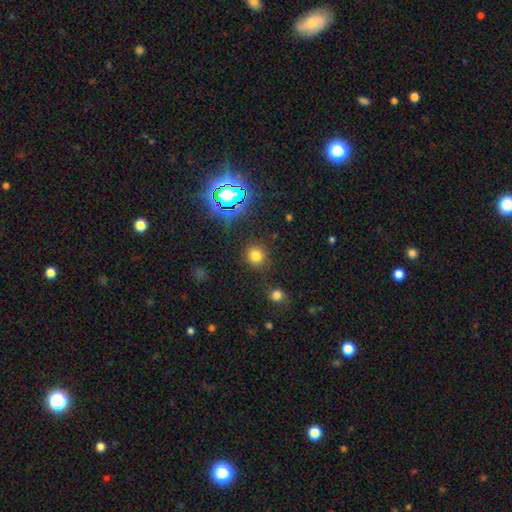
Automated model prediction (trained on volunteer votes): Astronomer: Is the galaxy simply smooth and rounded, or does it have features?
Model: smooth — 74%.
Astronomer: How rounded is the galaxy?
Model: round — 90%.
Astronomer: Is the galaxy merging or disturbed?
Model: none — 86%.